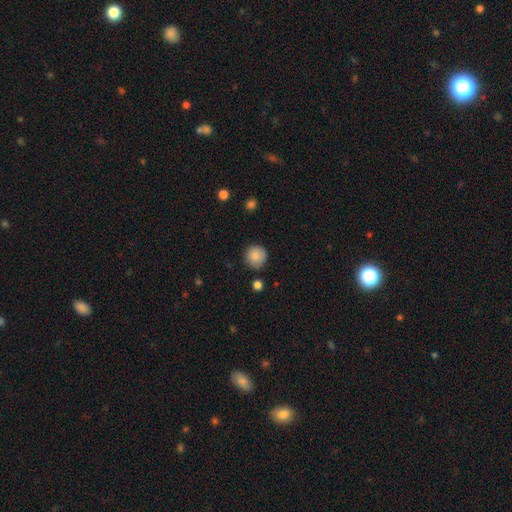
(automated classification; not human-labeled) Morphology: type=smooth (85%); roundness=round (94%); merging=none (85%).